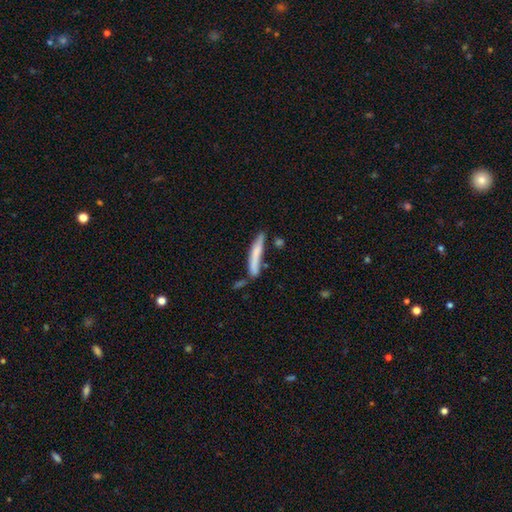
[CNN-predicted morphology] Smooth or featured: smooth — 69% (featured or disk — 24%)
How rounded: cigar-shaped — 92% (in between — 6%)
Merging: none — 63% (minor disturbance — 21%)